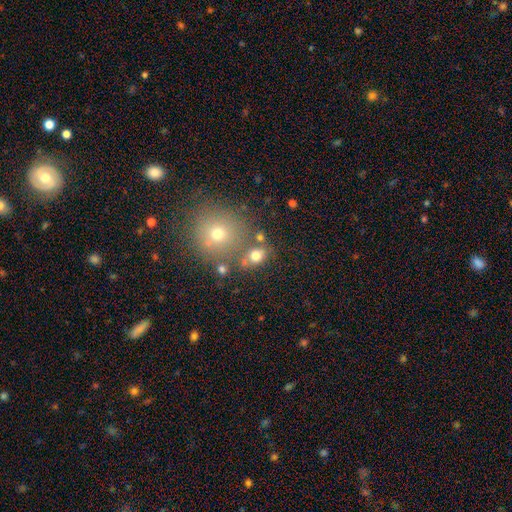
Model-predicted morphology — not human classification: A smooth galaxy with no disk features (71%) that is round (50%).

Vote fractions:
- Smooth or featured? smooth: 71% / star or artifact: 17% / featured or disk: 13%
- How rounded? round: 50% / in between: 48% / cigar-shaped: 2%
- Merging? none: 62% / merger: 19% / minor disturbance: 13% / major disturbance: 6%